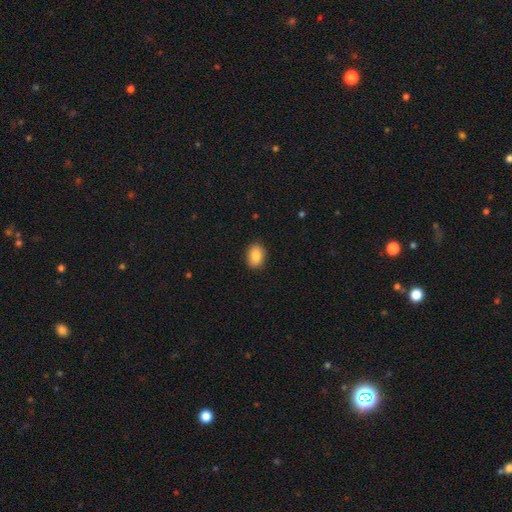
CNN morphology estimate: Overall: smooth (85%). How rounded: in between (75%). Merging: none (88%).